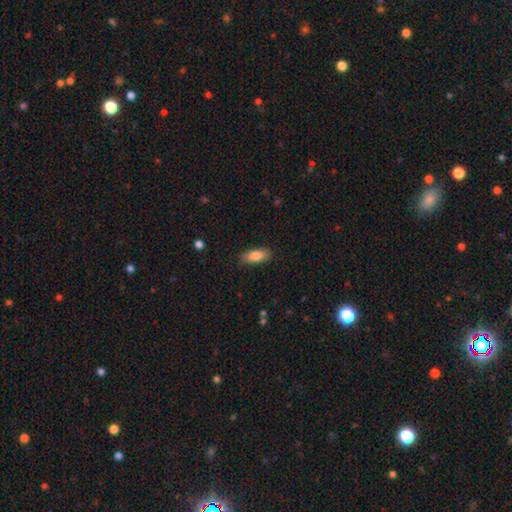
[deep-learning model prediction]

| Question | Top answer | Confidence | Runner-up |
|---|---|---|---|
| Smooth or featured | smooth | 84% | featured or disk (9%) |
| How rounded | in between | 79% | cigar-shaped (19%) |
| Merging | none | 86% | minor disturbance (11%) |